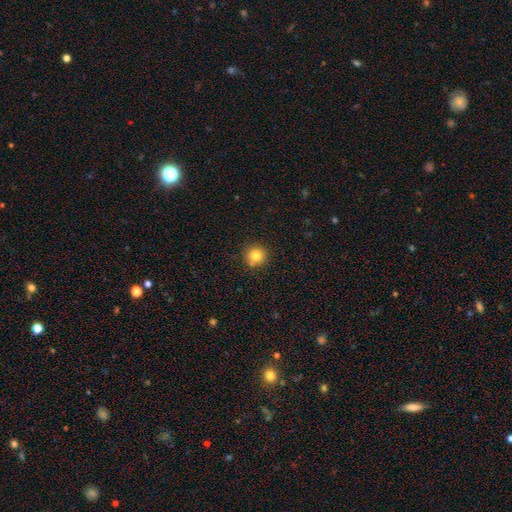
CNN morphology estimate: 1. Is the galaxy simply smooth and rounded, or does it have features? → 81% smooth, 11% star or artifact, 7% featured or disk.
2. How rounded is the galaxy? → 94% round, 5% in between, 1% cigar-shaped.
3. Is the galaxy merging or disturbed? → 84% none, 8% minor disturbance, 5% merger, 2% major disturbance.